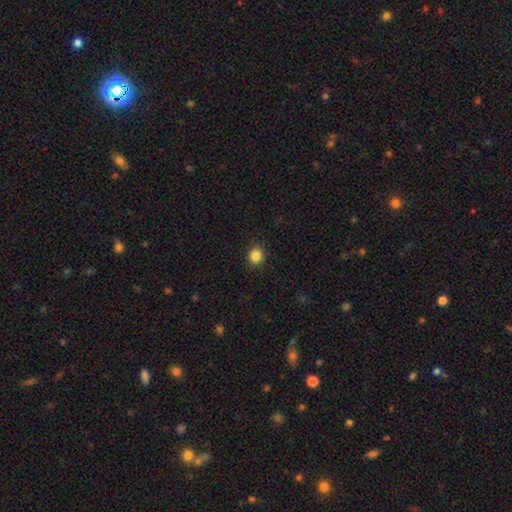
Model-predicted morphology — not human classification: smooth-or-featured: smooth: 85% | star or artifact: 11% | featured or disk: 4%
  how-rounded: round: 81% | in between: 18% | cigar-shaped: 1%
  merging: none: 91% | minor disturbance: 6% | major disturbance: 2% | merger: 1%